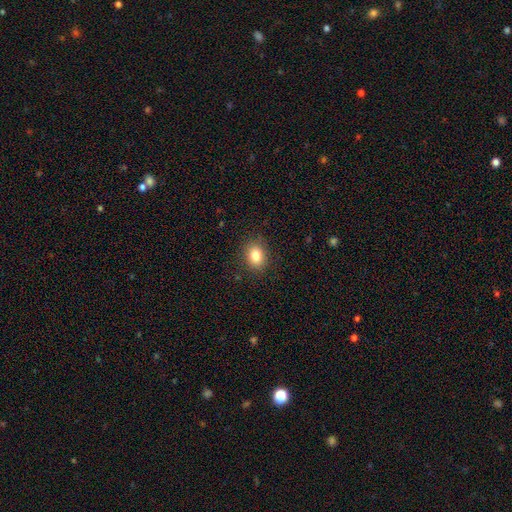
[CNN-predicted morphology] Q: Smooth or featured?
A: smooth (82%); runner-up: star or artifact (10%)
Q: How rounded?
A: in between (53%); runner-up: round (46%)
Q: Merging?
A: none (88%); runner-up: minor disturbance (9%)